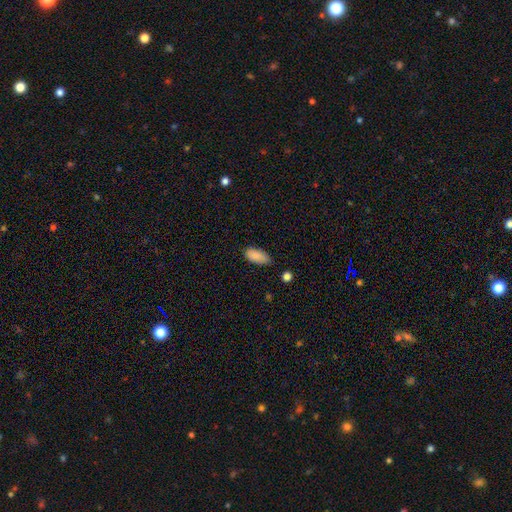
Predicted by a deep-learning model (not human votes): A smooth galaxy with no disk features (89%) that is in between round and cigar-shaped (90%). Merging: none (70%).